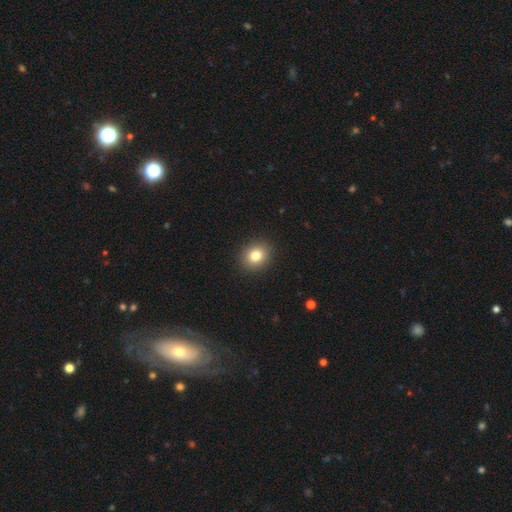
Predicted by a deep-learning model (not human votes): Morphology: type=smooth (81%); roundness=round (71%); merging=none (91%).